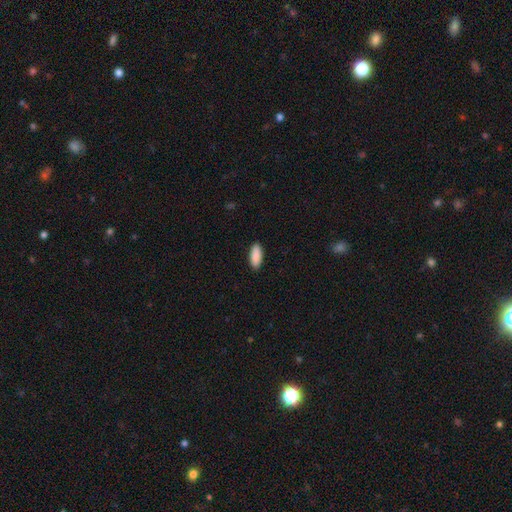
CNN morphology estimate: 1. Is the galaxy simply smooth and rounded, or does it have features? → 91% smooth, 6% star or artifact, 3% featured or disk.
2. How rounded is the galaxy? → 80% in between, 18% cigar-shaped, 2% round.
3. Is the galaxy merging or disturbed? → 90% none, 7% minor disturbance, 2% major disturbance, 1% merger.